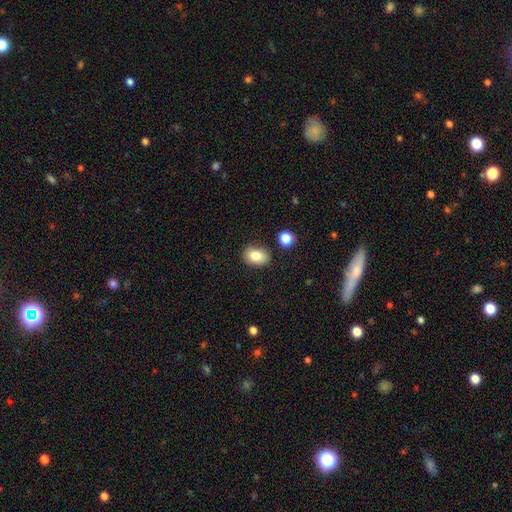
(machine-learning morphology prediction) Overall: smooth (84%). How rounded: in between (75%). Merging: none (81%).